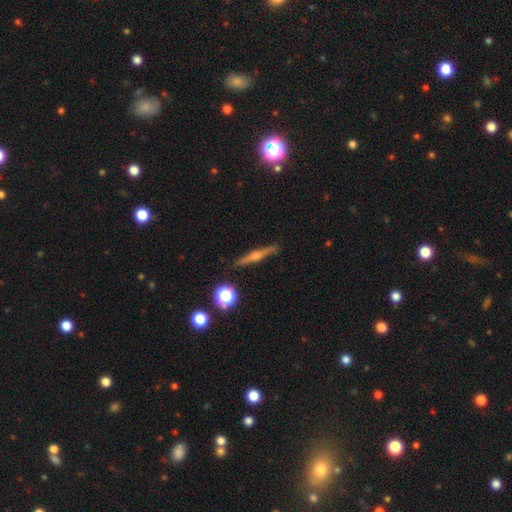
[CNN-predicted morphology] Smooth or featured? Predicted: featured or disk (p=0.71). Edge-on disk? Predicted: yes (p=0.98). Edge-on bulge? Predicted: rounded (p=0.90). Merging? Predicted: none (p=0.90).